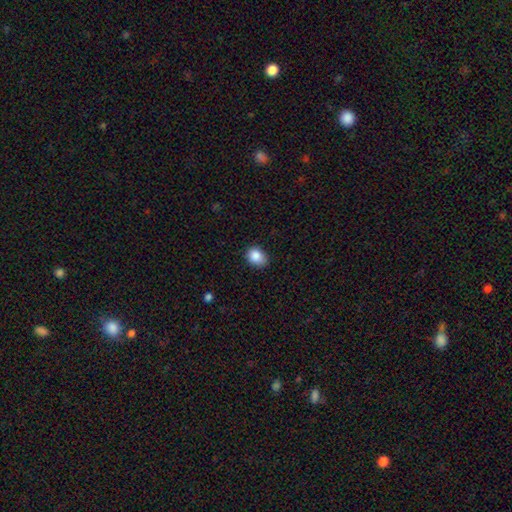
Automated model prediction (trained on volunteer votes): smooth_or_featured: smooth (p=0.87) [alt: star or artifact p=0.09]
how_rounded: in between (p=0.56) [alt: round p=0.43]
merging: none (p=0.77) [alt: minor disturbance p=0.19]